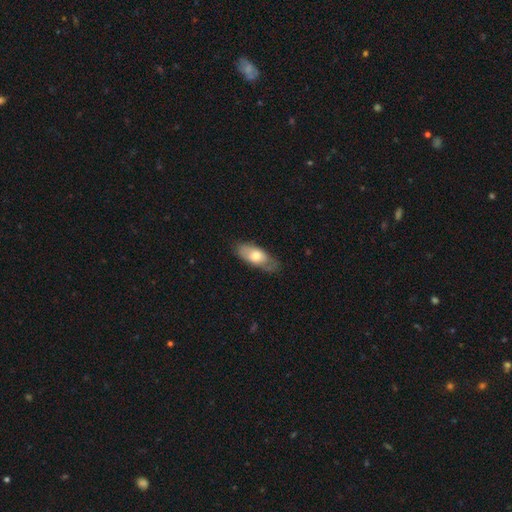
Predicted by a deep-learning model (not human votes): smooth_or_featured: smooth (p=0.66) [alt: featured or disk p=0.28]
how_rounded: in between (p=0.82) [alt: cigar-shaped p=0.15]
merging: none (p=0.70) [alt: minor disturbance p=0.23]